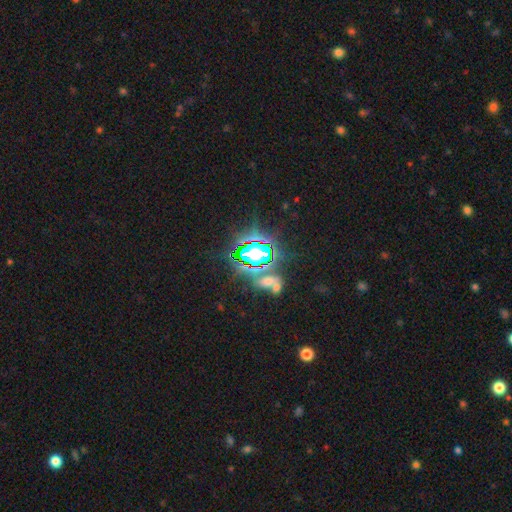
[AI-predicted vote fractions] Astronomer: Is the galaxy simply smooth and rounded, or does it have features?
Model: star or artifact — 76%.